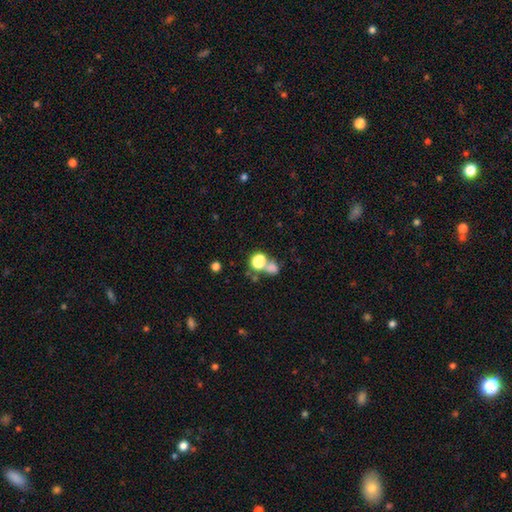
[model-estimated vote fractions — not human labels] A smooth galaxy with no disk features (52%) that is round (81%). Merging: none (57%).